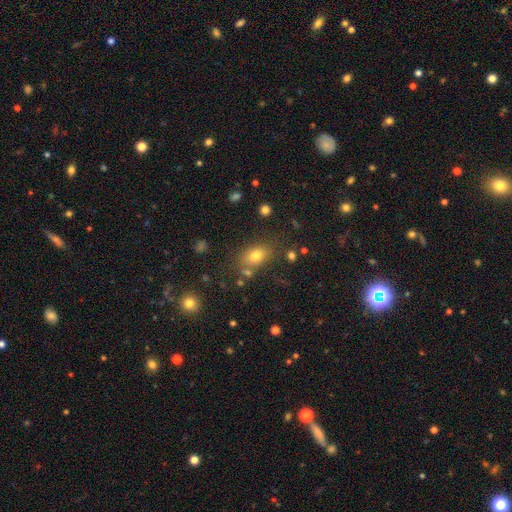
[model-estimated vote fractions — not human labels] smooth-or-featured: smooth: 74% | star or artifact: 14% | featured or disk: 11%
  how-rounded: in between: 73% | round: 25% | cigar-shaped: 2%
  merging: none: 72% | minor disturbance: 15% | merger: 8% | major disturbance: 5%